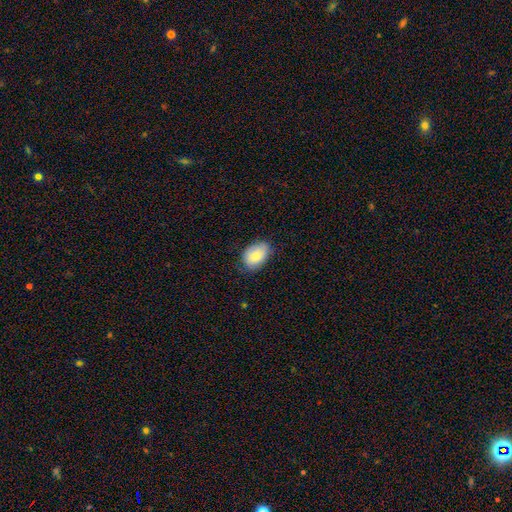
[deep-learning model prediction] The model was most divided on "merging": none: 73%, minor disturbance: 22%, major disturbance: 4%, merger: 1%. More confident: how rounded — in between (87%); smooth or featured — smooth (82%).